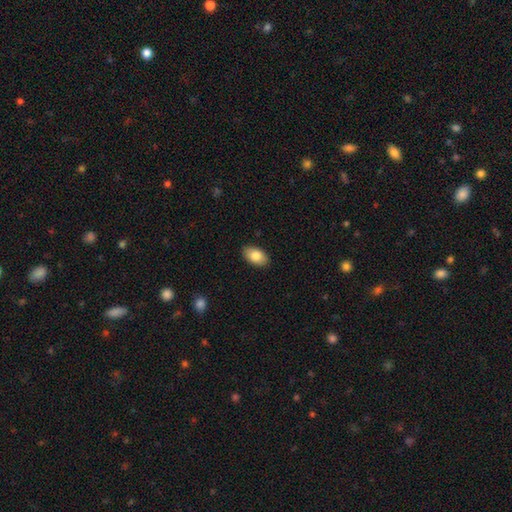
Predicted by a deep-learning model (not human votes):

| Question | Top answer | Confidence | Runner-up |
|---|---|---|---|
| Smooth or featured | smooth | 83% | featured or disk (11%) |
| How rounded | in between | 93% | round (6%) |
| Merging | none | 89% | minor disturbance (8%) |